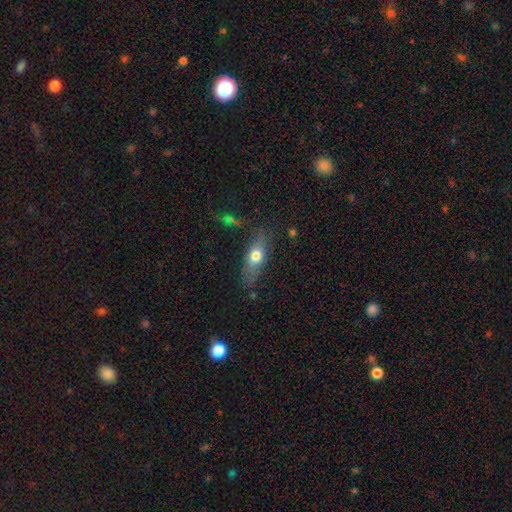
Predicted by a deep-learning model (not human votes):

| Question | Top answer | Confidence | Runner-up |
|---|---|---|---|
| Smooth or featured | smooth | 65% | featured or disk (26%) |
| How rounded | in between | 66% | cigar-shaped (26%) |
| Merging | none | 75% | minor disturbance (17%) |